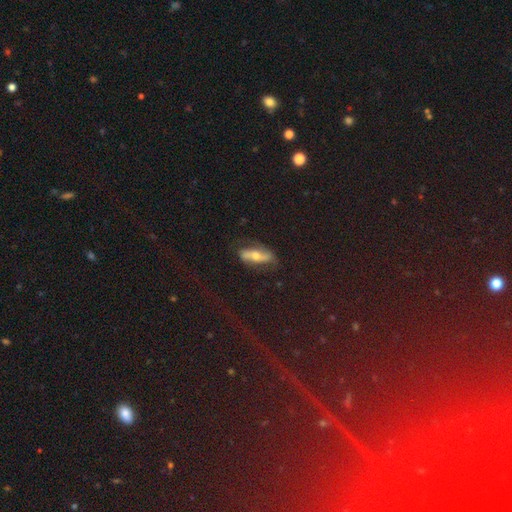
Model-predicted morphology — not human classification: Smooth or featured? featured or disk (58%)
Edge-on disk? no (66%)
Merging? none (71%)